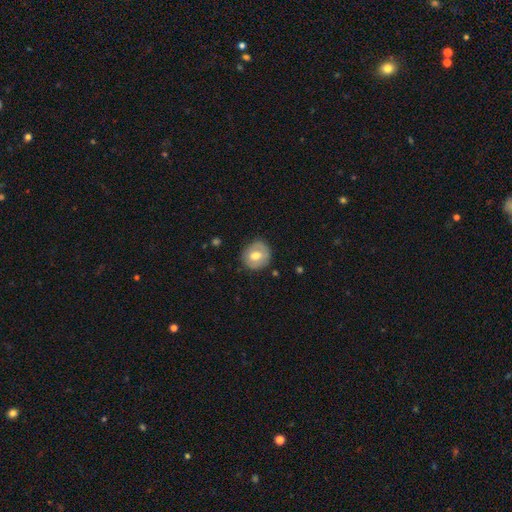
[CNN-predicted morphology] A smooth galaxy with no disk features (62%) that is round (84%). Merging: none (82%).